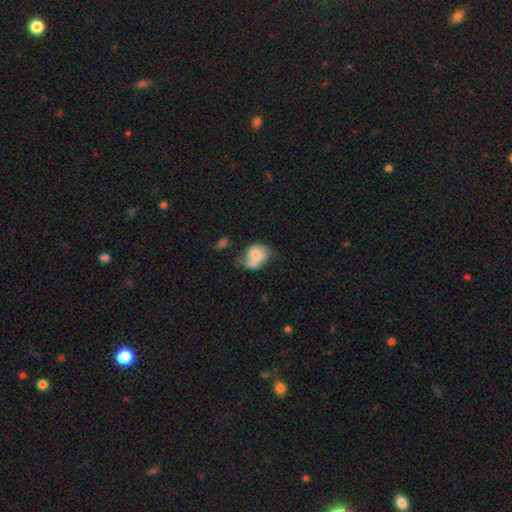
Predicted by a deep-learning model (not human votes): Smooth or featured? smooth (68%)
How rounded? in between (54%)
Merging? merger (41%)